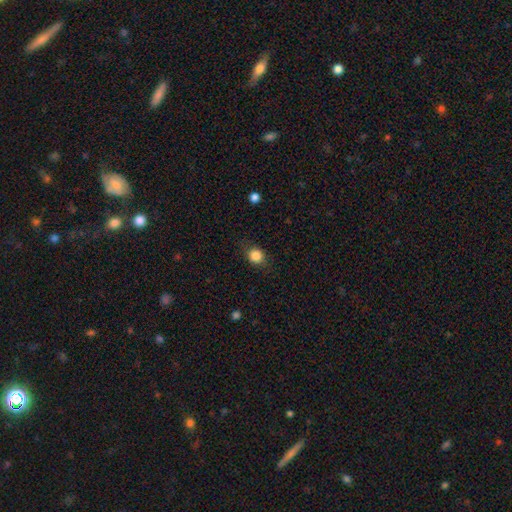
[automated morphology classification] Smooth or featured? Predicted: smooth (p=0.84). How rounded? Predicted: round (p=0.74). Merging? Predicted: none (p=0.79).